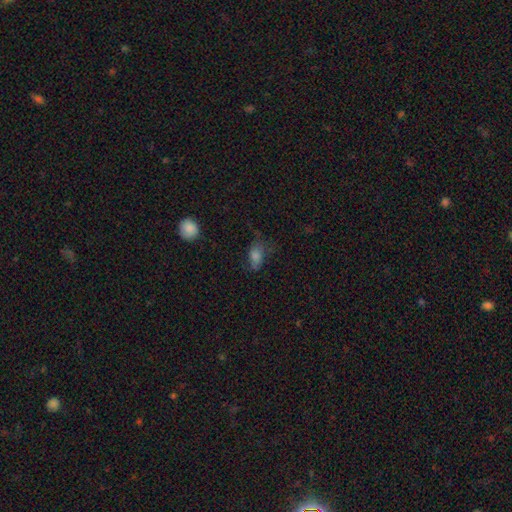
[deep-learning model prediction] smooth 72%, featured or disk 14%, star or artifact 14%. Down the decision tree: how rounded — in between (79%); merging — none (50%).